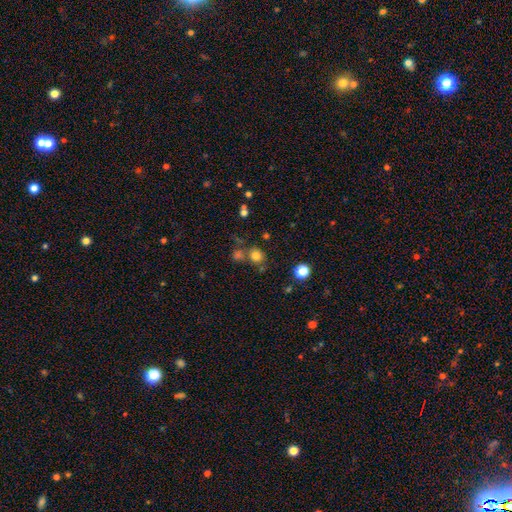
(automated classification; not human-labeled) smooth_or_featured: smooth (p=0.76) [alt: star or artifact p=0.17]
how_rounded: round (p=0.85) [alt: in between p=0.14]
merging: none (p=0.68) [alt: merger p=0.18]